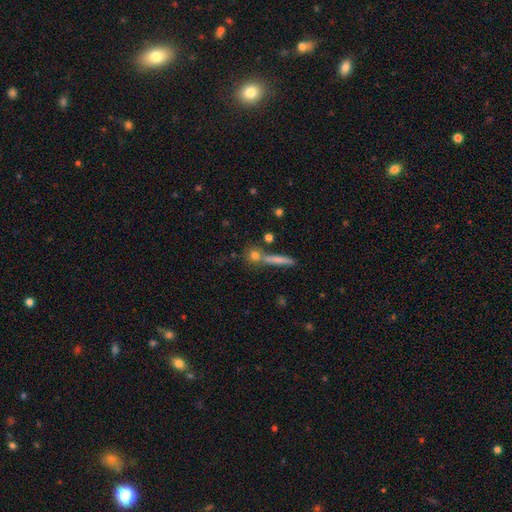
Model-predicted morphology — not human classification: smooth_or_featured: smooth (p=0.62) [alt: featured or disk p=0.24]
how_rounded: round (p=0.50) [alt: cigar-shaped p=0.39]
merging: none (p=0.71) [alt: merger p=0.16]